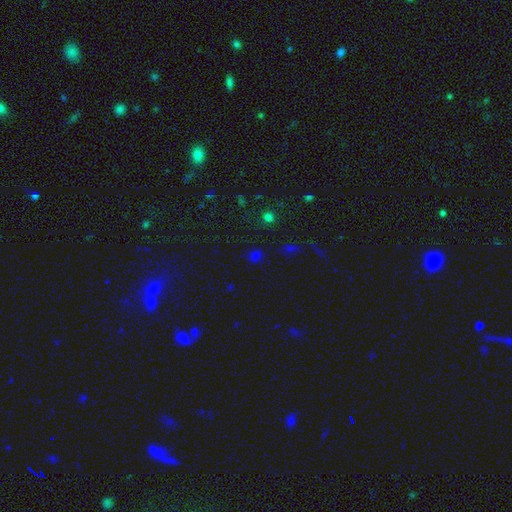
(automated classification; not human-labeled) This is possibly a smooth galaxy (52%). How rounded: likely round (68%). Merging: likely none (79%).